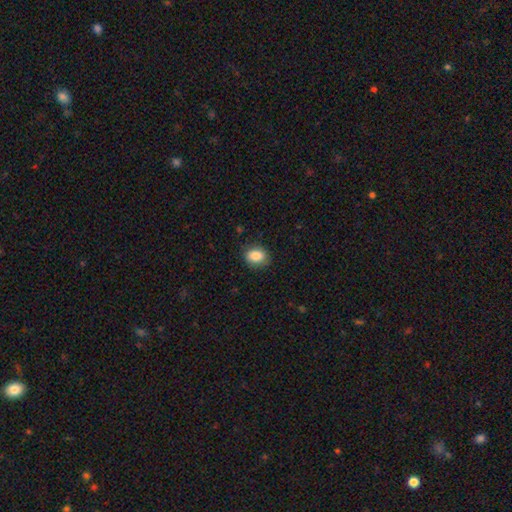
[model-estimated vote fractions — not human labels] Morphology: type=smooth (88%); roundness=in between (63%); merging=none (84%).